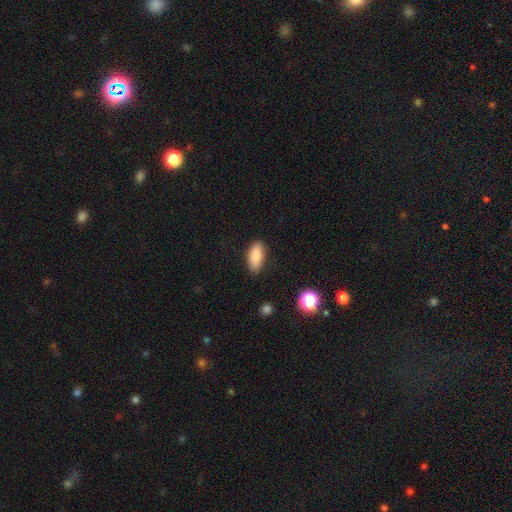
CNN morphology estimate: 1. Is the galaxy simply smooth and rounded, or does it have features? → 87% smooth, 7% star or artifact, 5% featured or disk.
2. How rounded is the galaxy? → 86% in between, 12% cigar-shaped, 2% round.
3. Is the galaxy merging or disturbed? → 83% none, 13% minor disturbance, 3% major disturbance, 1% merger.